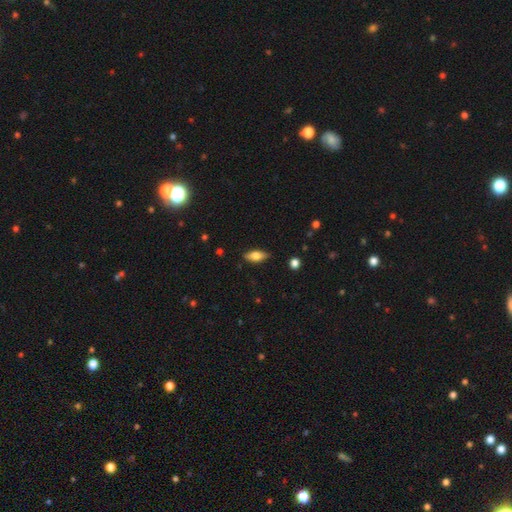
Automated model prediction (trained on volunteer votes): This is likely a smooth galaxy (69%). How rounded: likely in between (79%). Merging: clearly none (85%).